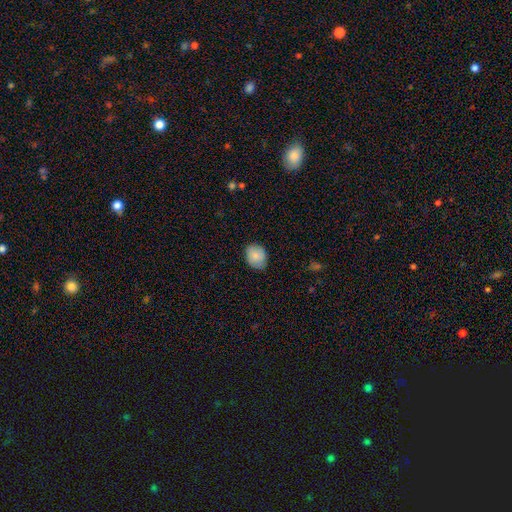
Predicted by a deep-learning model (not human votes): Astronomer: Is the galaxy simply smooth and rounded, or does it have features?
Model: smooth — 85%.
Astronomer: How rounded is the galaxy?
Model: in between — 58% (runner-up: round, 41%).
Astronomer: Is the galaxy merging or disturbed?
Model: none — 79%.